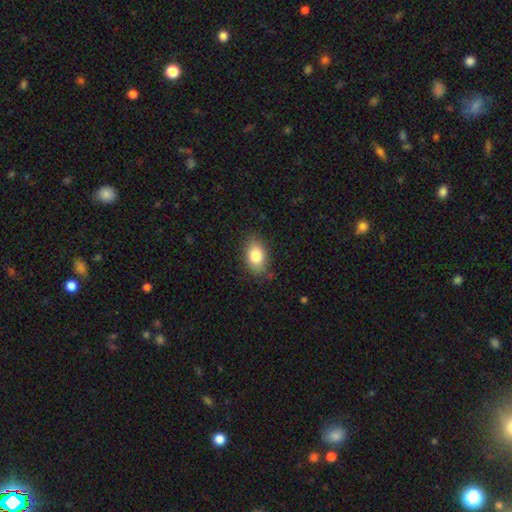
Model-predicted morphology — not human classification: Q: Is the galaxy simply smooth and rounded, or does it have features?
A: smooth — 82%.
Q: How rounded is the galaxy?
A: in between — 87%.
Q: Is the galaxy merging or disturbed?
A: none — 83%.